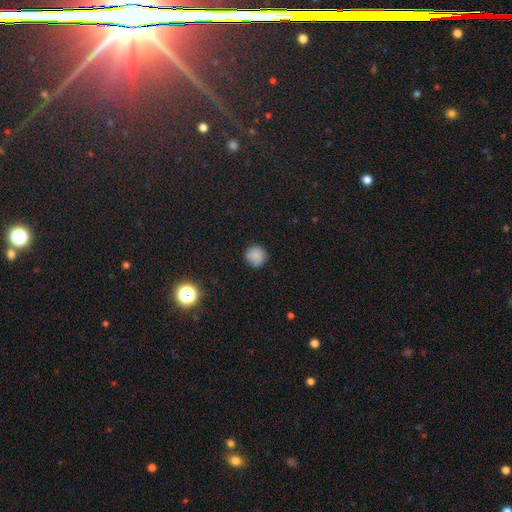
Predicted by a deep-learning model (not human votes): Overall: smooth (84%). How rounded: round (94%). Merging: none (87%).